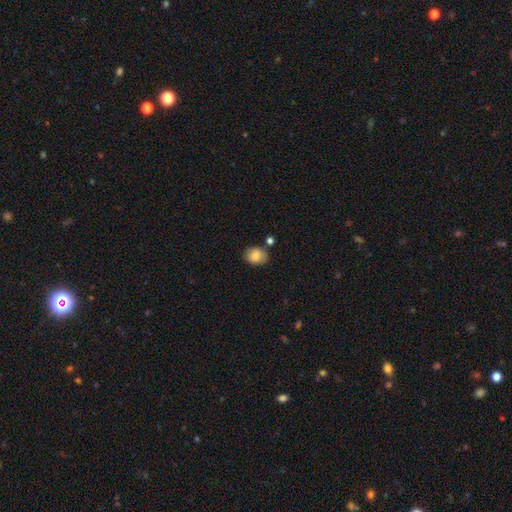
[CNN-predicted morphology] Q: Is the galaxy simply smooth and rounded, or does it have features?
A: smooth — 86%.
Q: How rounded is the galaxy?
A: in between — 55%.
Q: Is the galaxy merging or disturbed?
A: none — 73%.